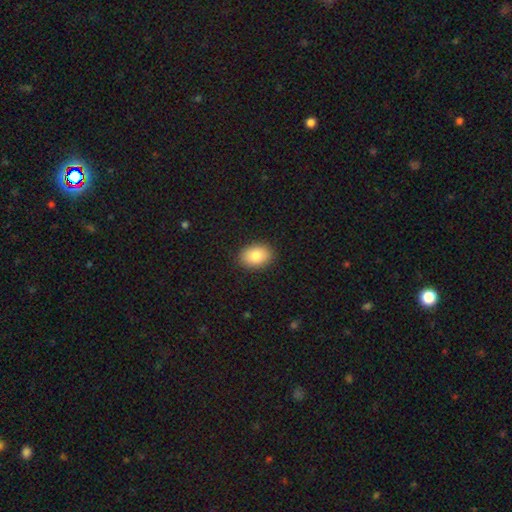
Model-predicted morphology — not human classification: Smooth or featured: smooth — 84% (featured or disk — 9%)
How rounded: in between — 76% (round — 23%)
Merging: none — 90% (minor disturbance — 8%)